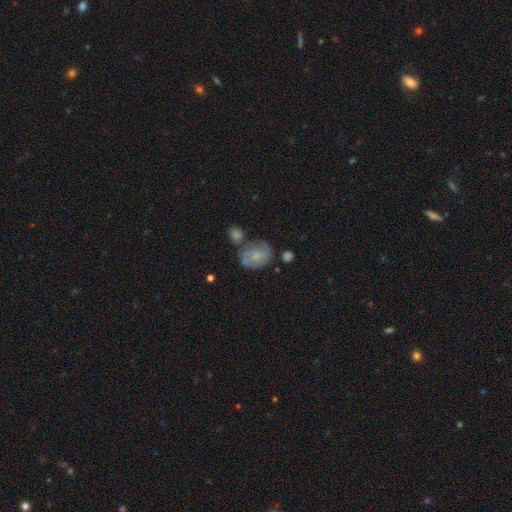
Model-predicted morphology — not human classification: A featured or disk galaxy (59%) with no bar (59%), spiral arms (81%) and a small central bulge (54%). Merging: none (52%).